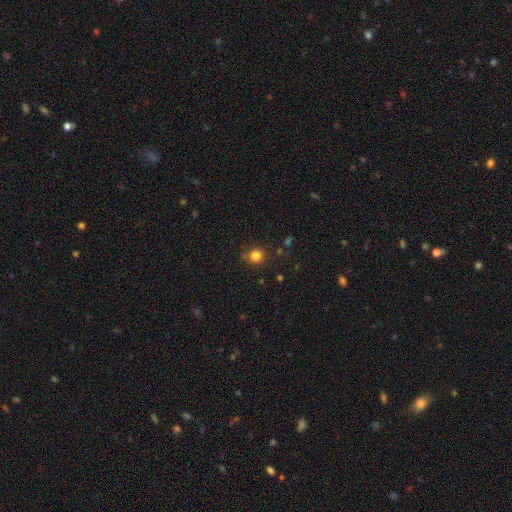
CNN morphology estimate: This is clearly a smooth galaxy (82%). How rounded: clearly round (88%). Merging: likely none (79%).